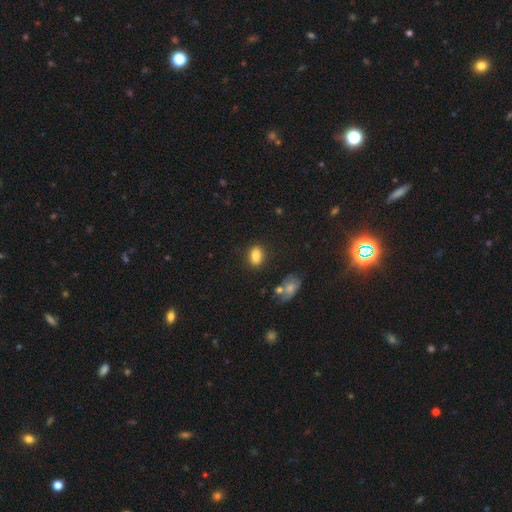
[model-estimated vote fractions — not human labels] A smooth galaxy with no disk features (84%) that is in between round and cigar-shaped (81%). Merging: none (83%).